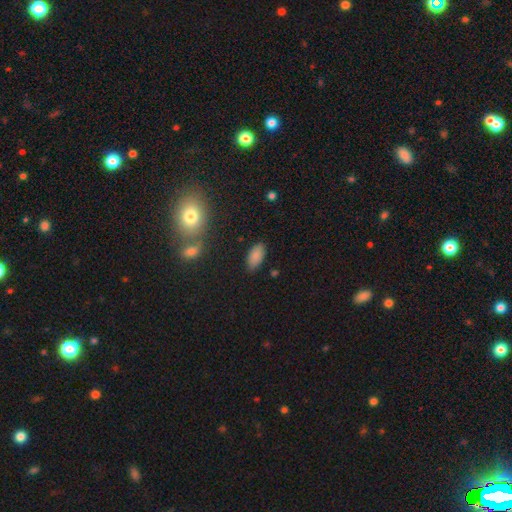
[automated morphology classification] type=smooth (86%); roundness=in between (92%); merging=none (84%).